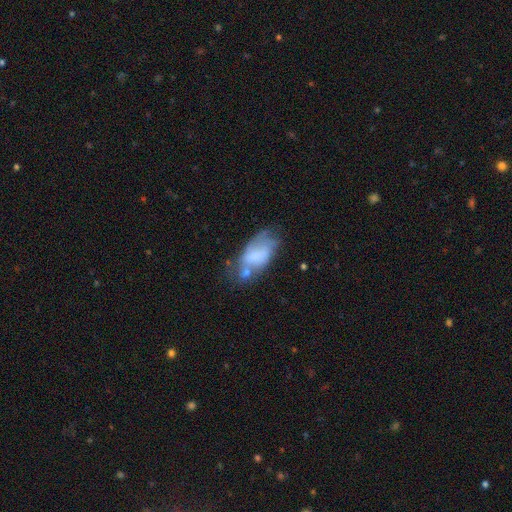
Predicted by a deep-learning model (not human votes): smooth-or-featured: smooth: 56% | featured or disk: 34% | star or artifact: 9%
  how-rounded: in between: 91% | cigar-shaped: 5% | round: 4%
  merging: none: 34% | minor disturbance: 28% | major disturbance: 19% | merger: 19%